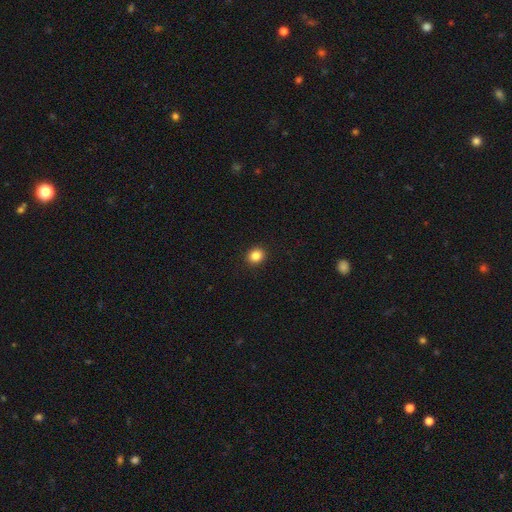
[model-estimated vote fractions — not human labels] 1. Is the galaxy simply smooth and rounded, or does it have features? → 85% smooth, 11% star or artifact, 4% featured or disk.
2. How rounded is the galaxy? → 78% round, 21% in between, 1% cigar-shaped.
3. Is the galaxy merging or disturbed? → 92% none, 5% minor disturbance, 2% major disturbance, 1% merger.